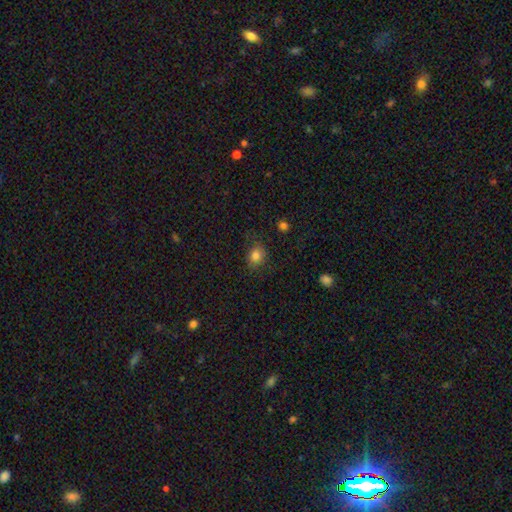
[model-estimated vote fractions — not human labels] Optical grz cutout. It shows a smooth galaxy with no disk features (81%) that is round (63%). Merging: none (76%).